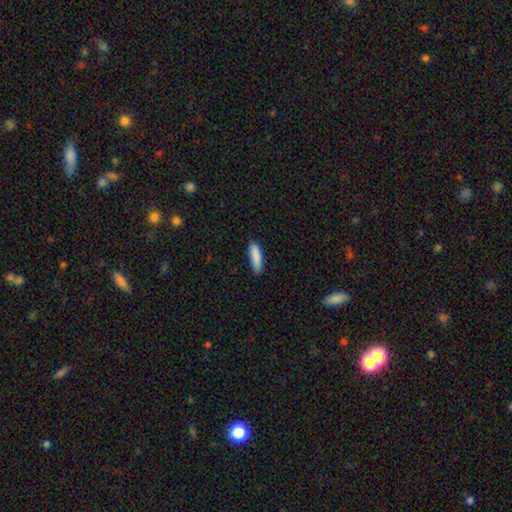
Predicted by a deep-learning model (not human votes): smooth_or_featured: smooth (p=0.88) [alt: star or artifact p=0.06]
how_rounded: cigar-shaped (p=0.62) [alt: in between p=0.37]
merging: none (p=0.85) [alt: minor disturbance p=0.12]